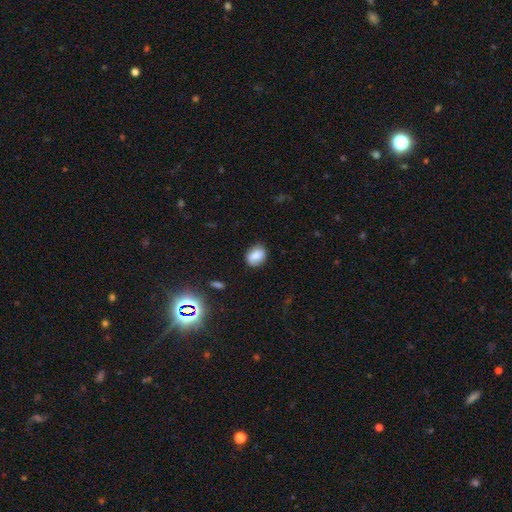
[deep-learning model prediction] Smooth or featured? Predicted: smooth (p=0.79). How rounded? Predicted: in between (p=0.57). Merging? Predicted: none (p=0.81).